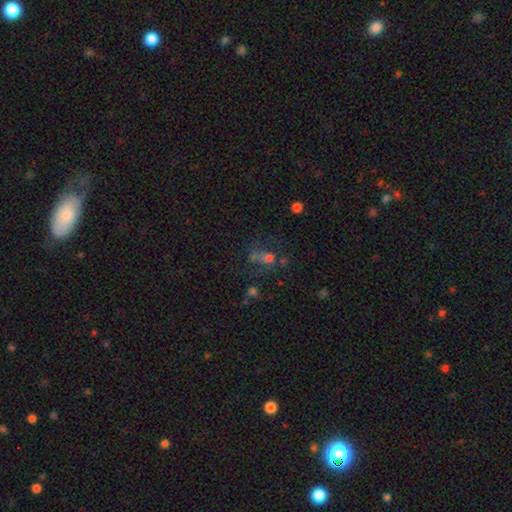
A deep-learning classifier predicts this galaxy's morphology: This appears to be a star or artifact, not a galaxy (42%).